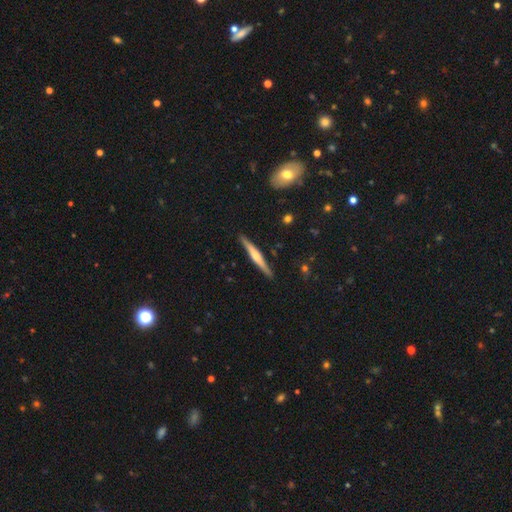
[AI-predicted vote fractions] A featured or disk galaxy (58%) viewed edge-on (97%) with a rounded central bulge (68%).

Vote fractions:
- Smooth or featured? featured or disk: 58% / smooth: 36% / star or artifact: 6%
- Edge-on disk? yes: 97% / no: 3%
- Edge-on bulge? rounded: 68% / none: 20% / boxy: 12%
- Merging? none: 90% / minor disturbance: 7% / major disturbance: 1% / merger: 1%